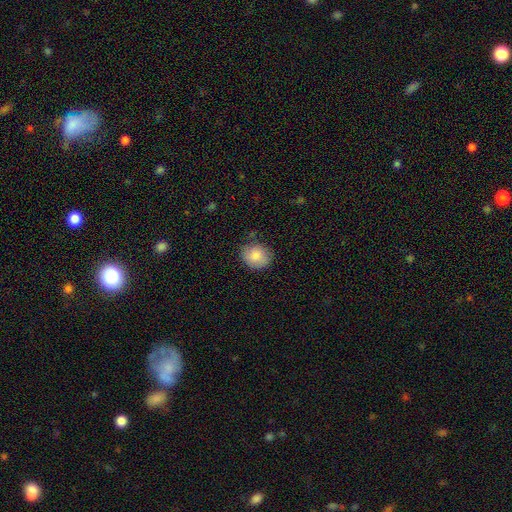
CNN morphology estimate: Smooth or featured: smooth — 83% (featured or disk — 10%)
How rounded: round — 70% (in between — 30%)
Merging: none — 76% (minor disturbance — 18%)